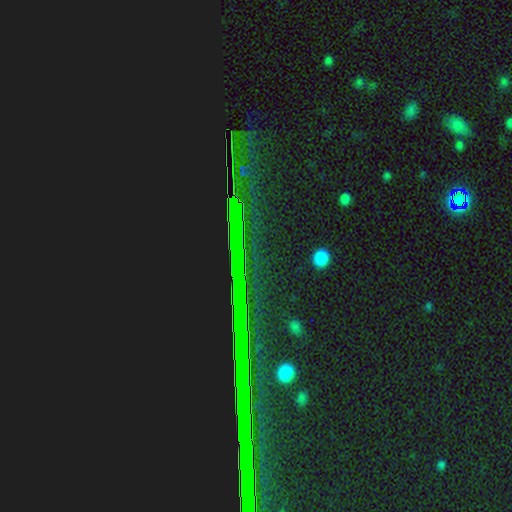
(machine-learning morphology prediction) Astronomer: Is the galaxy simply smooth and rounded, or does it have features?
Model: star or artifact — 83%.